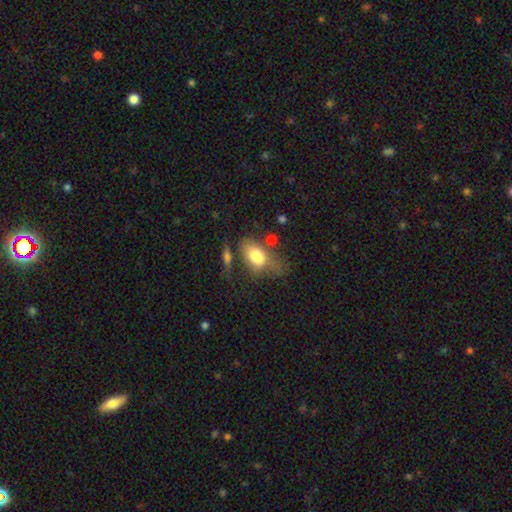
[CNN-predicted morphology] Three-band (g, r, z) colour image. It shows a smooth galaxy with no disk features (72%) that is in between round and cigar-shaped (88%). Merging: none (30%).